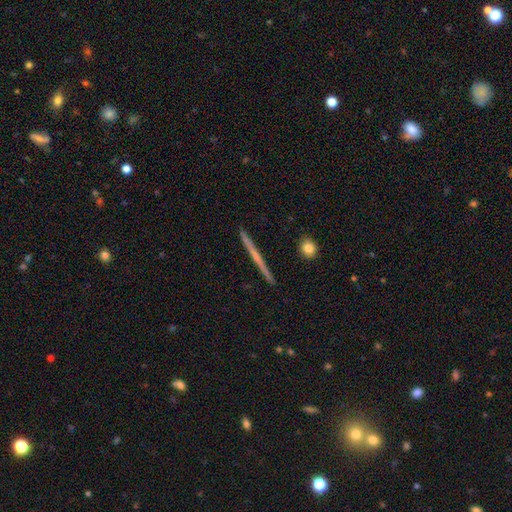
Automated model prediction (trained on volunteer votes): This appears to be a featured or disk galaxy (60%) viewed edge-on (98%) with no central bulge (76%). Merging: none (93%).